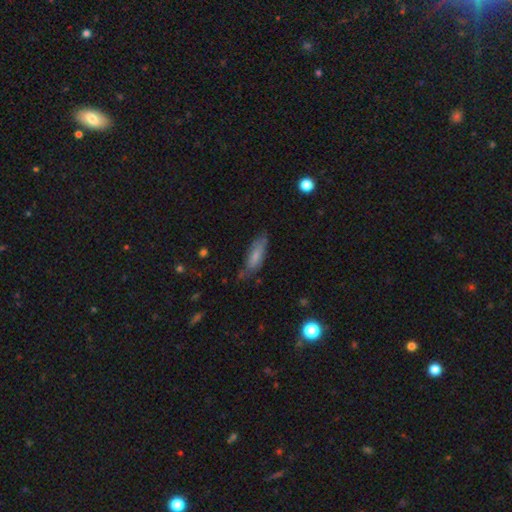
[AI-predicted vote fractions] Smooth or featured? smooth (67%)
How rounded? in between (63%)
Merging? none (56%)